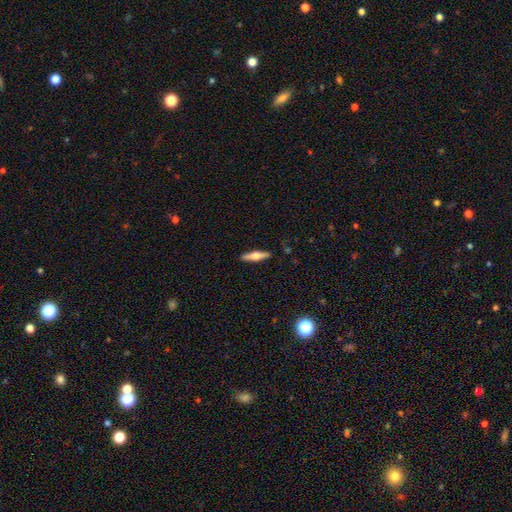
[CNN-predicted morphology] Smooth or featured? Predicted: featured or disk (p=0.48). Merging? Predicted: none (p=0.90).